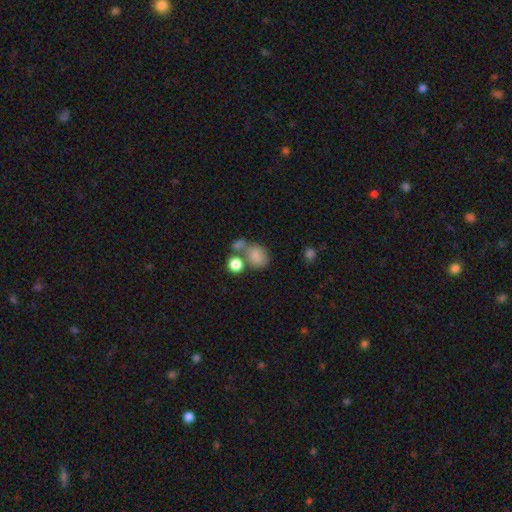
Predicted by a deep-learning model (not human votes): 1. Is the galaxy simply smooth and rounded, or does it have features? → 77% smooth, 12% featured or disk, 11% star or artifact.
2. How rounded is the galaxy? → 58% round, 41% in between, 1% cigar-shaped.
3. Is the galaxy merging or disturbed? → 46% none, 31% merger, 15% minor disturbance, 7% major disturbance.